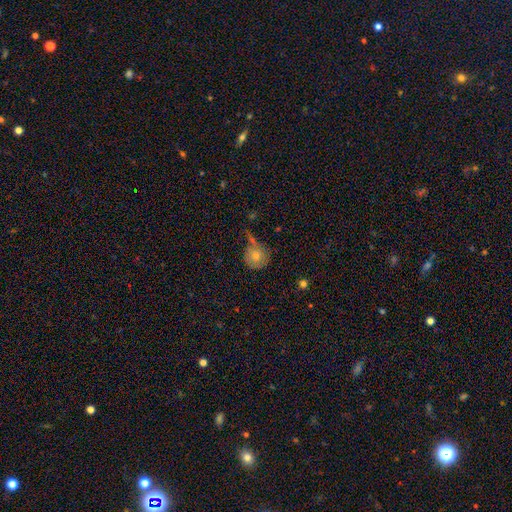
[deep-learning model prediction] This appears to be a smooth galaxy with no disk features (67%) that is round (88%). Merging: none (51%).